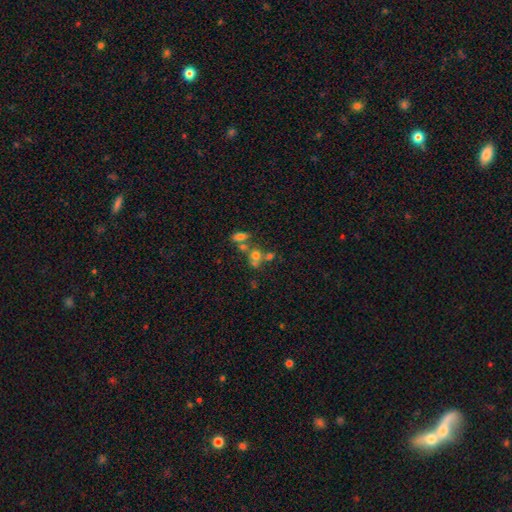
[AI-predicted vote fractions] A smooth galaxy with no disk features (60%) that is round (61%).

Vote fractions:
- Smooth or featured? smooth: 60% / featured or disk: 23% / star or artifact: 18%
- How rounded? round: 61% / in between: 36% / cigar-shaped: 2%
- Merging? merger: 46% / none: 36% / minor disturbance: 10% / major disturbance: 7%